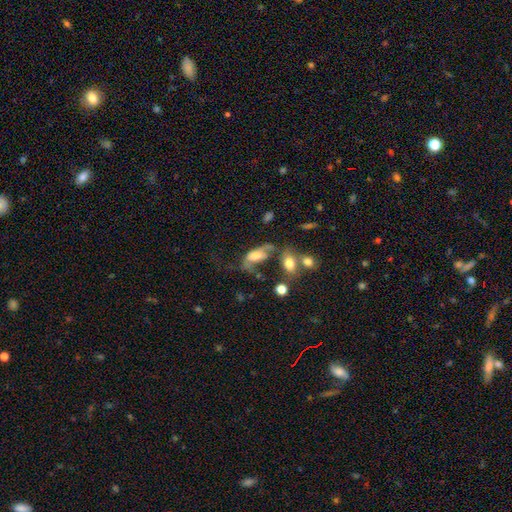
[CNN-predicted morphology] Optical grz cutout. It shows a smooth galaxy with no disk features (49%). Merging: major disturbance (37%).